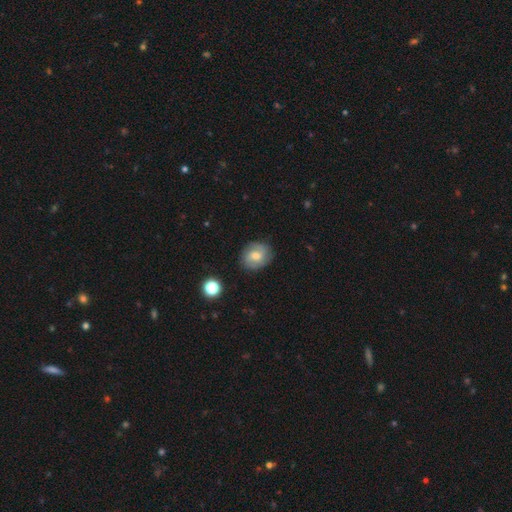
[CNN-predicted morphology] This is possibly a smooth galaxy (53%). How rounded: likely round (64%). Merging: clearly none (83%).